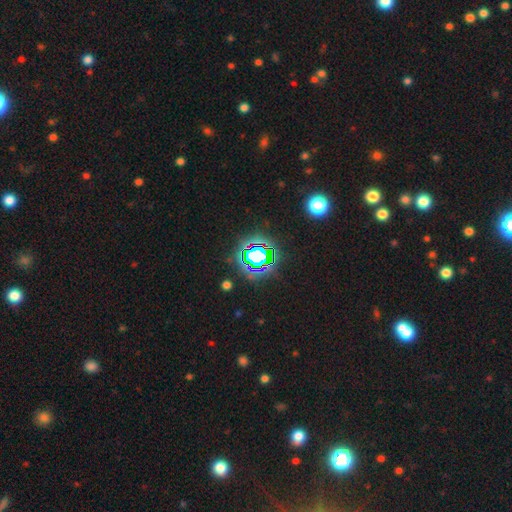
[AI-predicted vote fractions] Smooth or featured?
  - star or artifact: 71% *
  - smooth: 15%
  - featured or disk: 13%